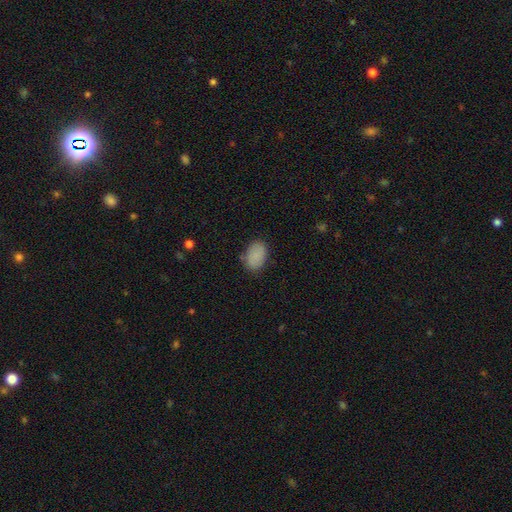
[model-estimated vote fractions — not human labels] Morphology: type=smooth (87%); roundness=in between (86%); merging=none (82%).